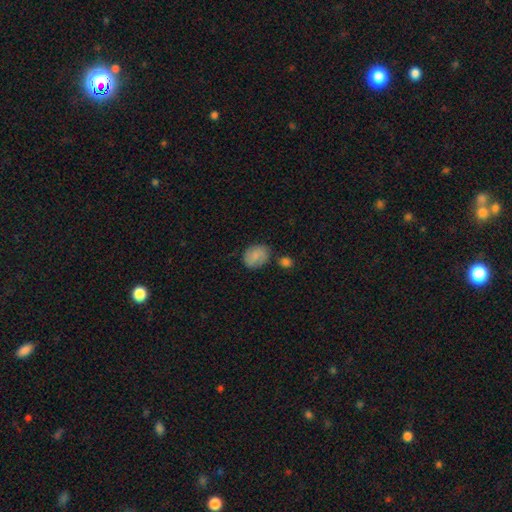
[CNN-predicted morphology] smooth-or-featured: smooth: 78% | featured or disk: 15% | star or artifact: 8%
  how-rounded: in between: 53% | round: 46% | cigar-shaped: 1%
  merging: none: 68% | minor disturbance: 19% | merger: 8% | major disturbance: 5%